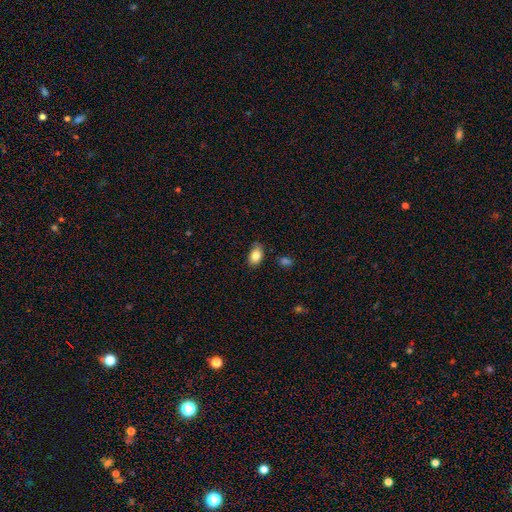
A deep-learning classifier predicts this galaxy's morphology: A smooth galaxy with no disk features (83%) that is in between round and cigar-shaped (88%).

Vote fractions:
- Smooth or featured? smooth: 83% / featured or disk: 9% / star or artifact: 8%
- How rounded? in between: 88% / round: 10% / cigar-shaped: 2%
- Merging? none: 79% / minor disturbance: 17% / major disturbance: 3% / merger: 2%